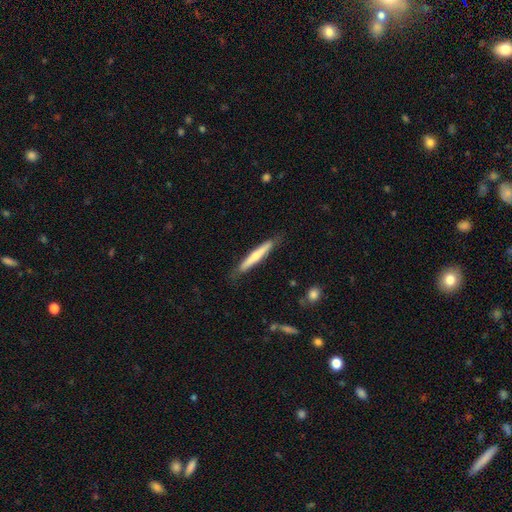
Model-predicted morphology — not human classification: Smooth or featured? smooth (55%)
How rounded? cigar-shaped (94%)
Merging? none (82%)